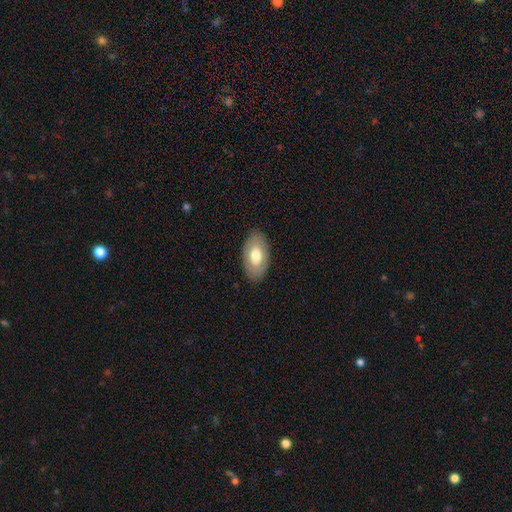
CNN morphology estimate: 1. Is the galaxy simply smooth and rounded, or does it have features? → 63% smooth, 31% featured or disk, 6% star or artifact.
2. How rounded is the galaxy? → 93% in between, 5% round, 2% cigar-shaped.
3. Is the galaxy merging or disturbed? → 85% none, 11% minor disturbance, 3% major disturbance, 1% merger.